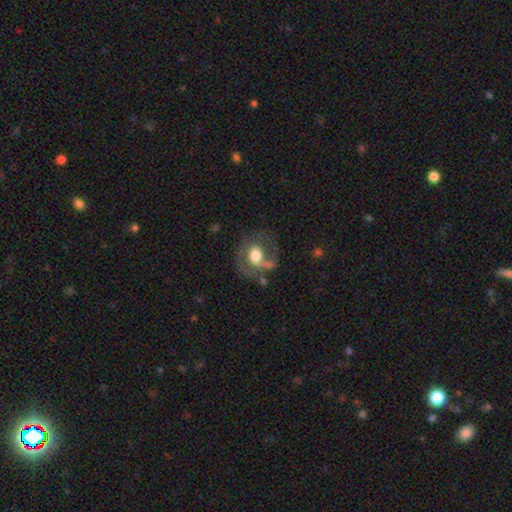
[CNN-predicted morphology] Smooth or featured? featured or disk (54%)
Edge-on disk? no (97%)
Bar? no (69%)
Spiral arms? yes (62%)
Bulge size? moderate (50%)
Merging? none (49%)